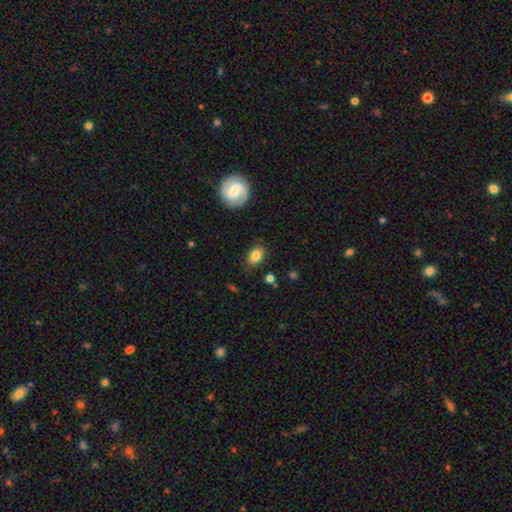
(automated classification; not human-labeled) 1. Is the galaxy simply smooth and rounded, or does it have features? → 79% smooth, 13% featured or disk, 8% star or artifact.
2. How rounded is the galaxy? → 83% in between, 15% round, 2% cigar-shaped.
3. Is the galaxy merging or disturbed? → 82% none, 13% minor disturbance, 3% major disturbance, 2% merger.